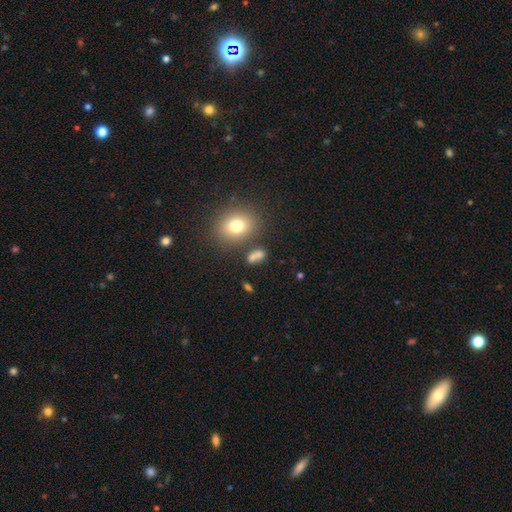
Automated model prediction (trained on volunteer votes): A smooth galaxy with no disk features (74%) that is in between round and cigar-shaped (66%).

Vote fractions:
- Smooth or featured? smooth: 74% / star or artifact: 16% / featured or disk: 10%
- How rounded? in between: 66% / round: 27% / cigar-shaped: 7%
- Merging? none: 60% / merger: 19% / minor disturbance: 14% / major disturbance: 7%